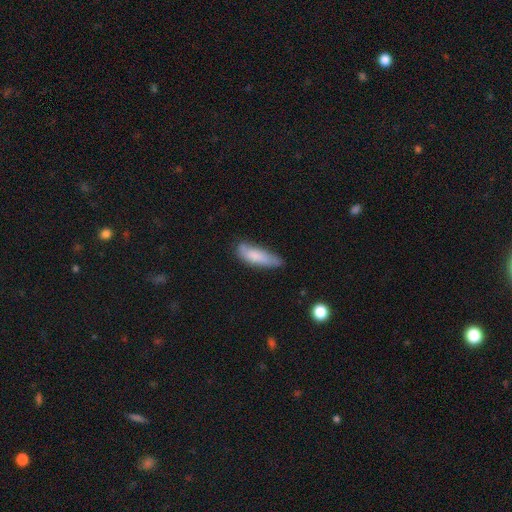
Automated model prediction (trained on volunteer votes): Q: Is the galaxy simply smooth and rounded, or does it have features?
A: smooth — 78%.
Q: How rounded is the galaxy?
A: cigar-shaped — 51%.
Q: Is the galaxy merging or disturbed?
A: none — 54%.